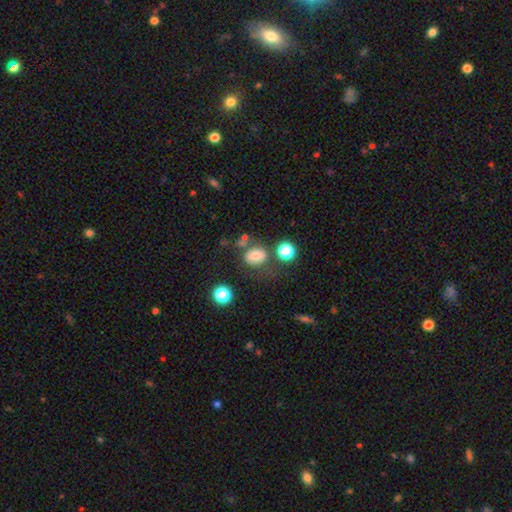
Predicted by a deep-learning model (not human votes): Smooth or featured? smooth (73%)
How rounded? in between (51%)
Merging? none (61%)